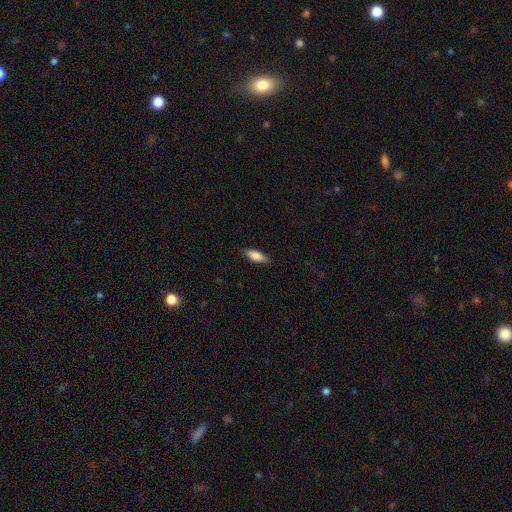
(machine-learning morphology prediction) The model was most divided on "how rounded": in between: 62%, cigar-shaped: 36%, round: 2%. More confident: merging — none (86%); smooth or featured — smooth (81%).